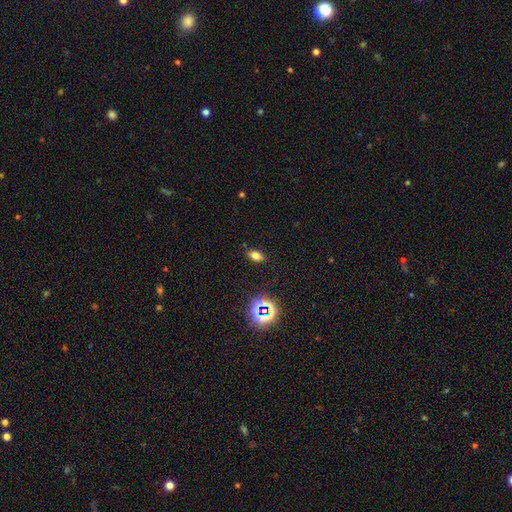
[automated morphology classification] Q: Smooth or featured?
A: smooth (66%); runner-up: star or artifact (20%)
Q: How rounded?
A: in between (83%); runner-up: round (10%)
Q: Merging?
A: none (86%); runner-up: minor disturbance (10%)